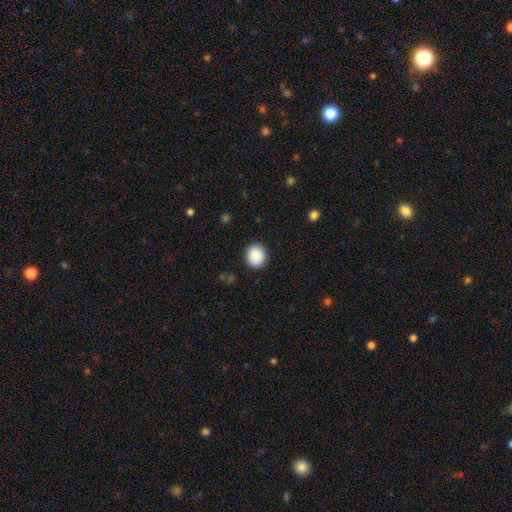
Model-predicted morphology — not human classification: smooth 89%, star or artifact 8%, featured or disk 4%. Down the decision tree: how rounded — round (82%); merging — none (90%).